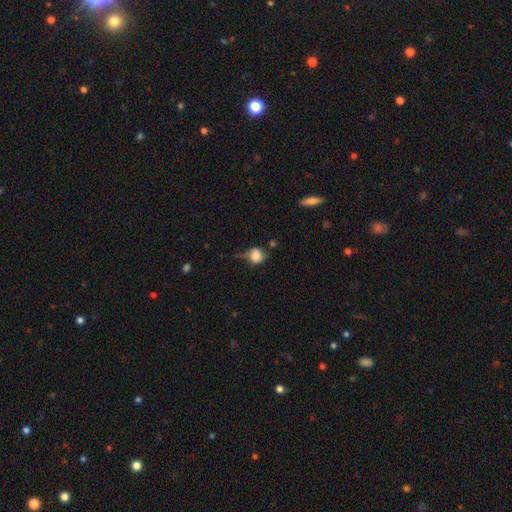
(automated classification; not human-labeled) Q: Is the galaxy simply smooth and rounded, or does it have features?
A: smooth — 76%.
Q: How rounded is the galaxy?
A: round — 77%.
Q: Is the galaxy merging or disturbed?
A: none — 37%.